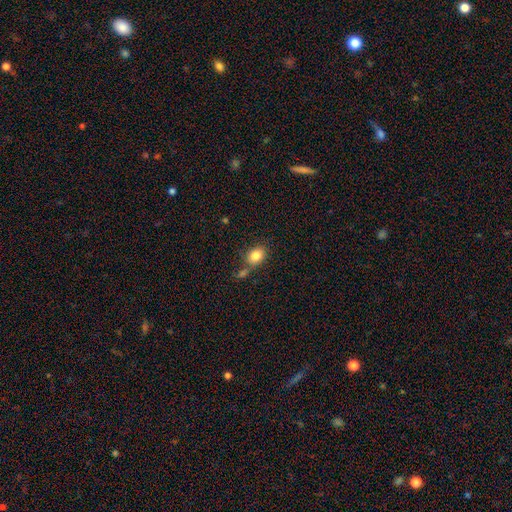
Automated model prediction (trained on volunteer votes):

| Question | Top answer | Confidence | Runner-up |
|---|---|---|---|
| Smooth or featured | smooth | 83% | star or artifact (9%) |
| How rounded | in between | 68% | round (31%) |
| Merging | none | 57% | merger (22%) |